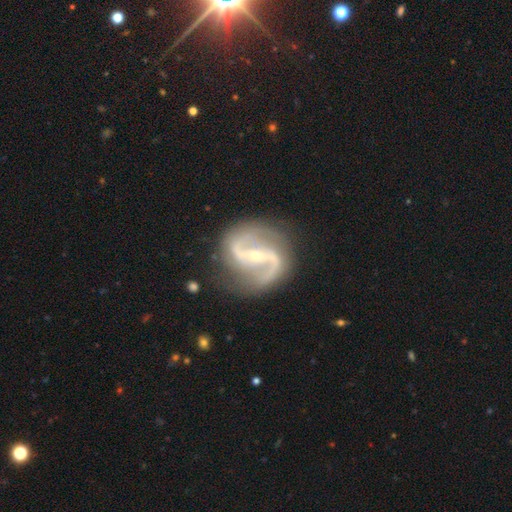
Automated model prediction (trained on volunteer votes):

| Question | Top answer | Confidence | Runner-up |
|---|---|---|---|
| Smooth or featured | featured or disk | 92% | star or artifact (4%) |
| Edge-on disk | no | 98% | yes (2%) |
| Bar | strong | 55% | weak (30%) |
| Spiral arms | yes | 97% | no (3%) |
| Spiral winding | medium | 50% | loose (37%) |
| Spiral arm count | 2 | 94% | can't tell (2%) |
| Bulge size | small | 72% | moderate (24%) |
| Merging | none | 82% | minor disturbance (12%) |